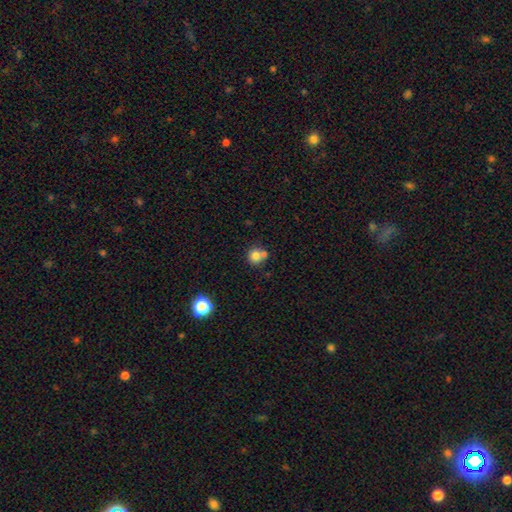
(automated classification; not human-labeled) This is likely a smooth galaxy (78%). How rounded: clearly round (90%). Merging: possibly none (59%).